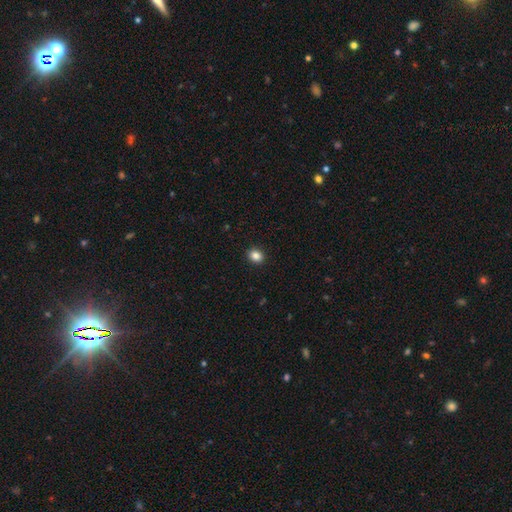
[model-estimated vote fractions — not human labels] Morphology: type=smooth (87%); roundness=round (50%); merging=none (91%).